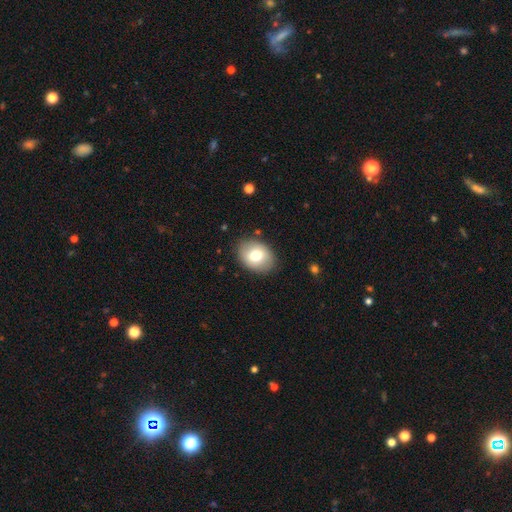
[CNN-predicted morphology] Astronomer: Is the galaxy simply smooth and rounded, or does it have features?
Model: smooth — 74%.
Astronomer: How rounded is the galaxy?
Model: in between — 68%.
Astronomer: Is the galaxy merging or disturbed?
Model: none — 86%.